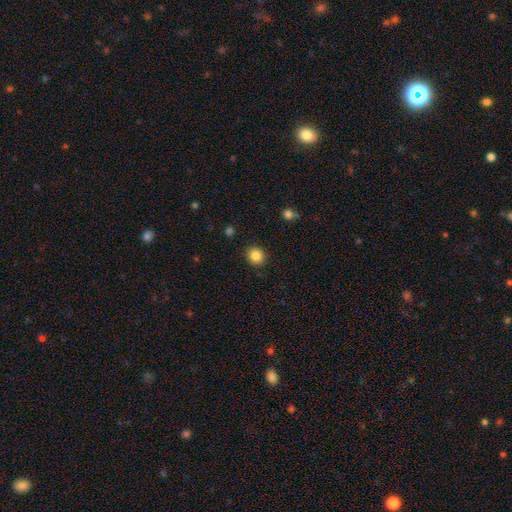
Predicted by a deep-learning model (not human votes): Smooth or featured?
  - smooth: 86% *
  - star or artifact: 10%
  - featured or disk: 4%
How rounded?
  - round: 80% *
  - in between: 19%
  - cigar-shaped: 1%
Merging?
  - none: 89% *
  - minor disturbance: 7%
  - major disturbance: 2%
  - merger: 1%